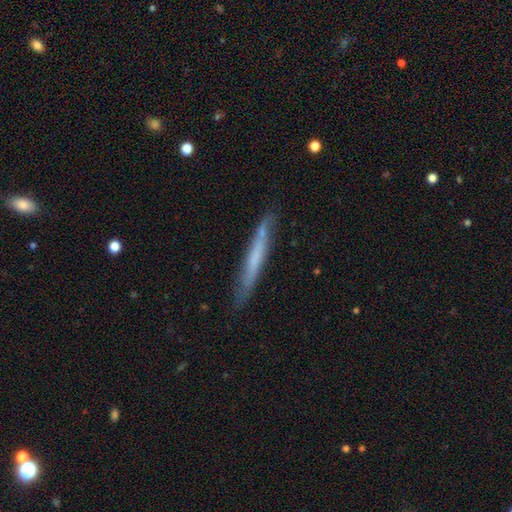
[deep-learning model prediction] smooth-or-featured: smooth: 48% | featured or disk: 46% | star or artifact: 6%
  merging: none: 83% | minor disturbance: 13% | major disturbance: 2% | merger: 2%